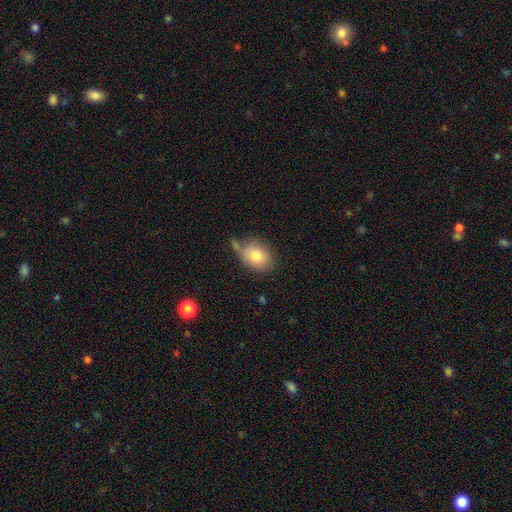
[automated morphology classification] This is likely a smooth galaxy (79%). How rounded: possibly in between (55%). Merging: possibly none (59%).